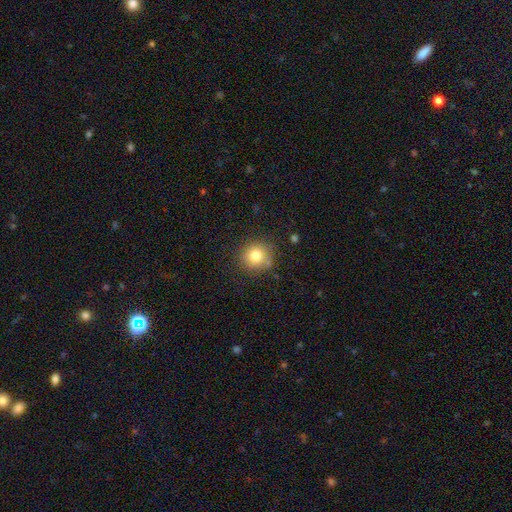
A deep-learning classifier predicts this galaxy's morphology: Smooth or featured? Predicted: smooth (p=0.80). How rounded? Predicted: round (p=0.92). Merging? Predicted: none (p=0.82).